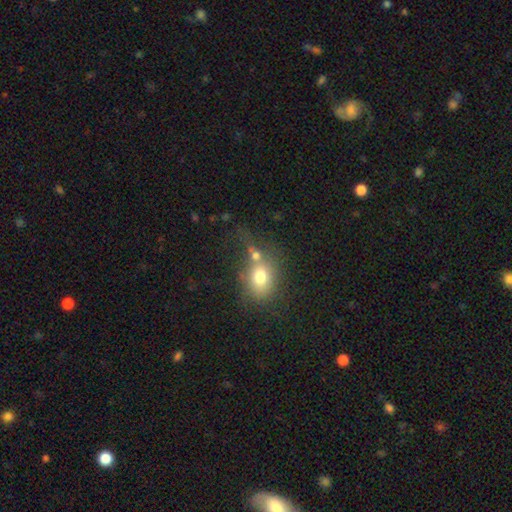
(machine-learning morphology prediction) smooth_or_featured: smooth (p=0.70) [alt: featured or disk p=0.16]
how_rounded: round (p=0.50) [alt: in between p=0.48]
merging: none (p=0.39) [alt: merger p=0.35]